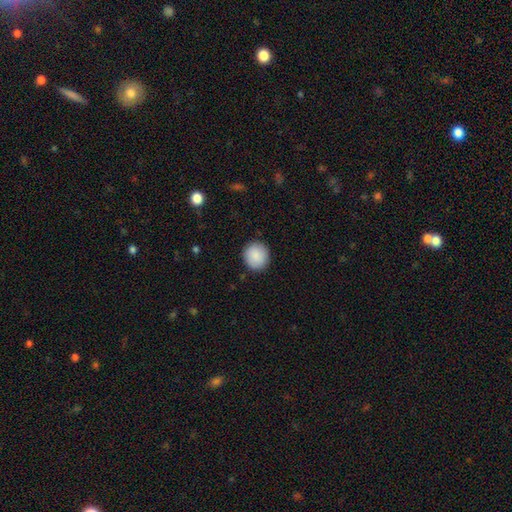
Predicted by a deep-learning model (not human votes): Morphology: type=smooth (89%); roundness=round (88%); merging=none (90%).